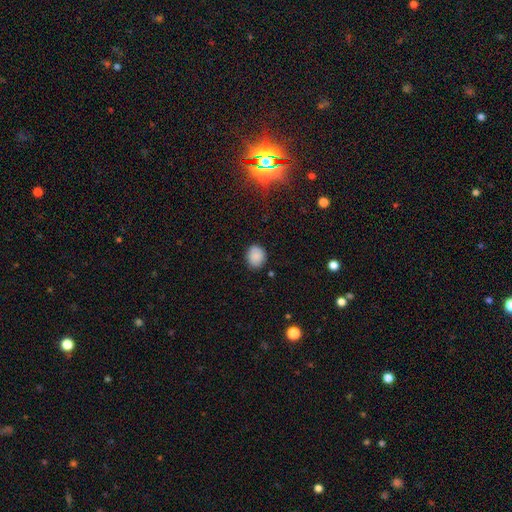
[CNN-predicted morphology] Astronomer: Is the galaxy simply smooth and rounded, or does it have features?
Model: smooth — 86%.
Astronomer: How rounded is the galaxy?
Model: round — 73%.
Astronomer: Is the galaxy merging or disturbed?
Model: none — 82%.